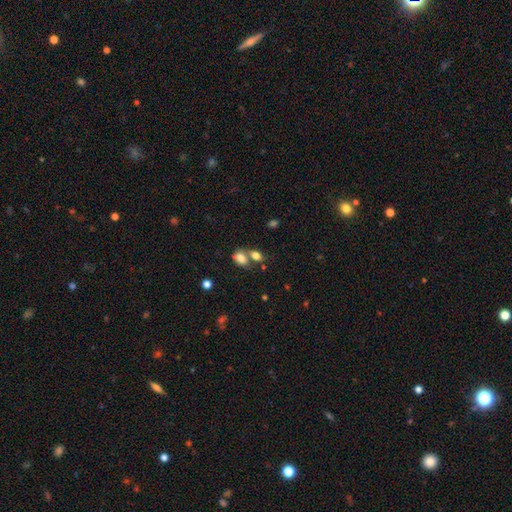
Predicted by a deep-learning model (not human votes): This appears to be a smooth galaxy with no disk features (79%) that is in between round and cigar-shaped (81%). Merging: merger (48%).